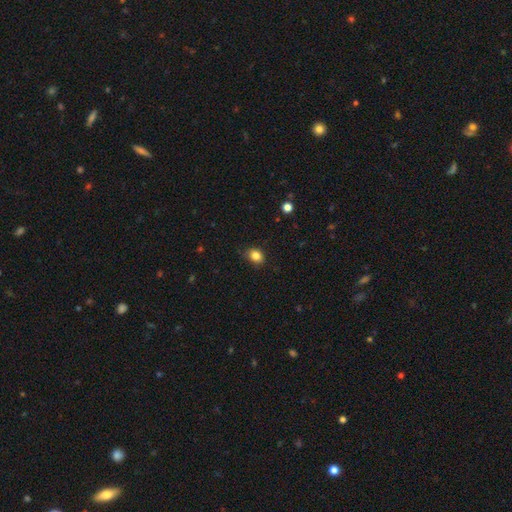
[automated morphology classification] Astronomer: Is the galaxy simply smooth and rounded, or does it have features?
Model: smooth — 84%.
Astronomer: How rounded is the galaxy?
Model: in between — 57% (runner-up: round, 42%).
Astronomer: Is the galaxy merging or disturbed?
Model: none — 82%.